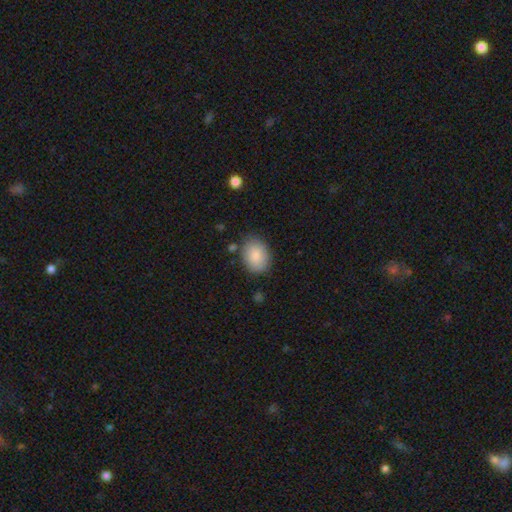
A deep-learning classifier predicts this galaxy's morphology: Overall: smooth (87%). How rounded: in between (75%). Merging: none (80%).